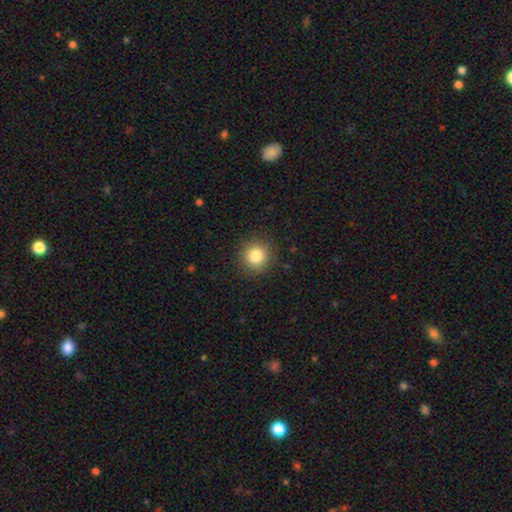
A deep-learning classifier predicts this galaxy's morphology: Smooth or featured? smooth (83%)
How rounded? round (93%)
Merging? none (89%)